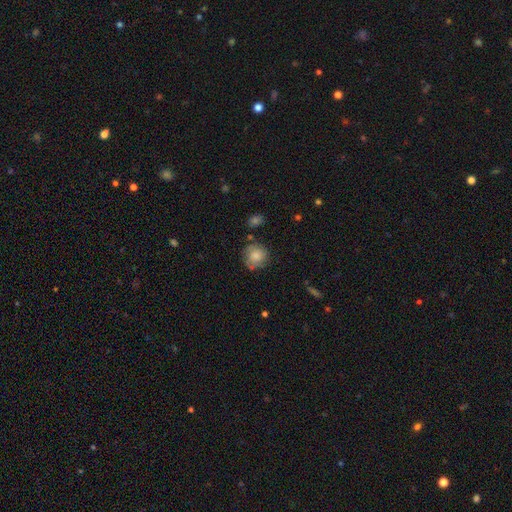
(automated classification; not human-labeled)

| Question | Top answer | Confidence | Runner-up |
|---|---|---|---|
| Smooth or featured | smooth | 64% | featured or disk (27%) |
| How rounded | round | 83% | in between (16%) |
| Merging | none | 65% | minor disturbance (23%) |